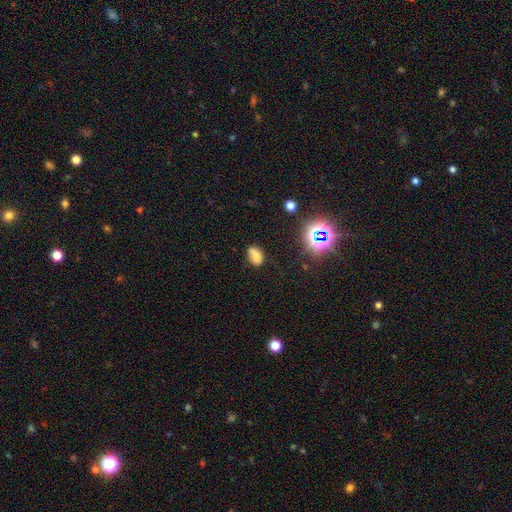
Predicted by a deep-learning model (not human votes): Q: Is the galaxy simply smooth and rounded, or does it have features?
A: smooth — 66%.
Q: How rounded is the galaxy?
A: in between — 80%.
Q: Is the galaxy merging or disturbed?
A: none — 54%.